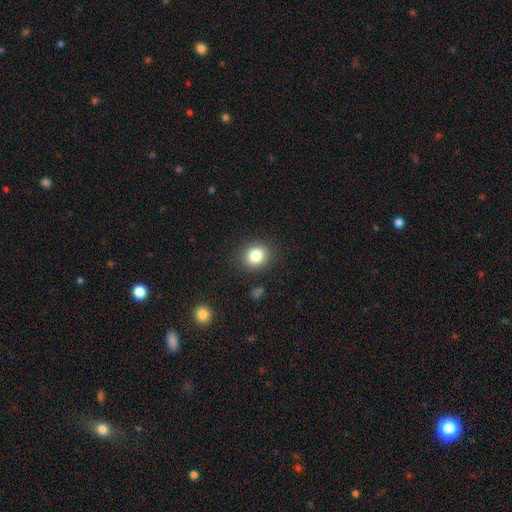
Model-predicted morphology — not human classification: This is clearly a smooth galaxy (82%). How rounded: likely round (70%). Merging: clearly none (88%).